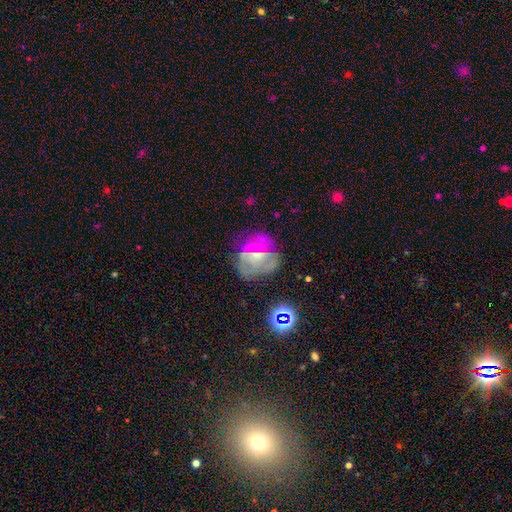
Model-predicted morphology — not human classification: This is possibly a featured or disk galaxy (58%). It is clearly not viewed edge-on (96%). Bar: possibly no (48%). Spiral arm pattern: likely yes (63%). Central bulge: likely small (62%). Merging: likely none (63%).